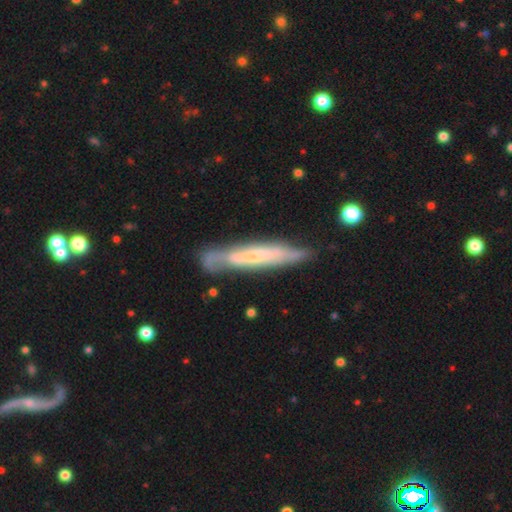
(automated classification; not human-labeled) Overall: featured or disk (60%; smooth 35%). Edge-on disk: yes (68%; no 32%). Merging: none (69%).